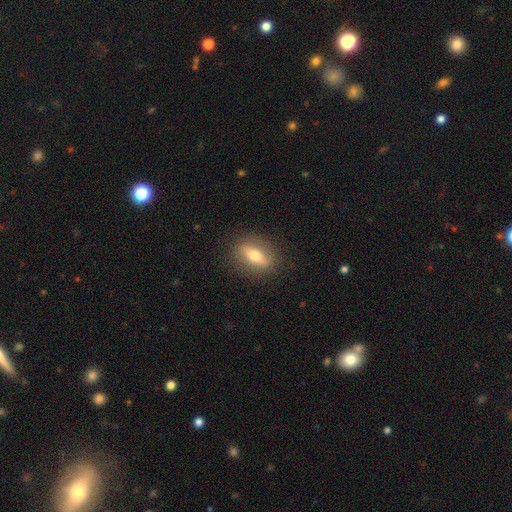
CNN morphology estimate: smooth 47%, featured or disk 45%, star or artifact 7%. Down the decision tree: merging — none (85%).